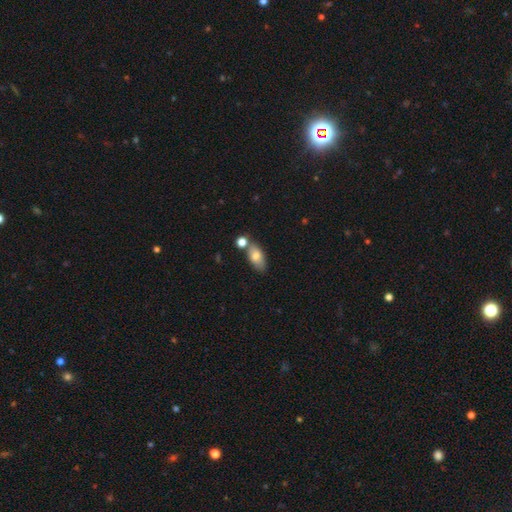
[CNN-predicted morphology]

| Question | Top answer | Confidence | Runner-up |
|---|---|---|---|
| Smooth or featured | smooth | 75% | featured or disk (17%) |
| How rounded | in between | 86% | cigar-shaped (8%) |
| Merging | none | 60% | merger (20%) |